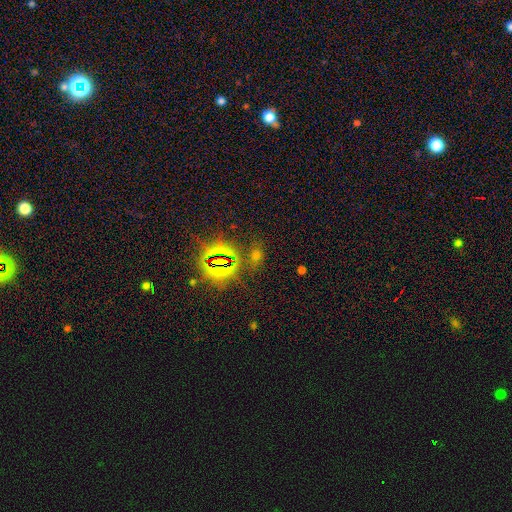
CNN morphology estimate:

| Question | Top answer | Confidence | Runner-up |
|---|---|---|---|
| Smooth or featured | star or artifact | 59% | smooth (33%) |